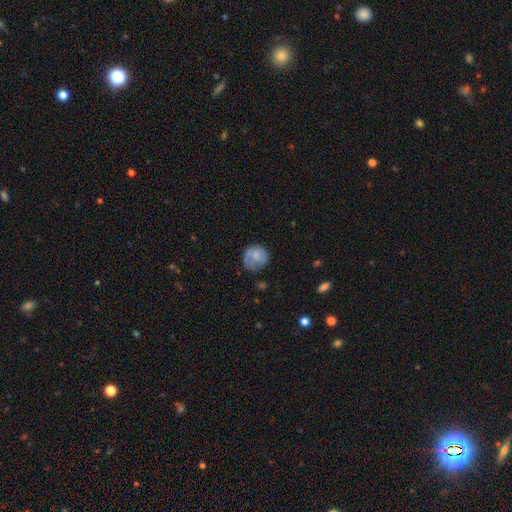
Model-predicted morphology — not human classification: Smooth or featured? smooth (68%)
How rounded? round (84%)
Merging? none (62%)